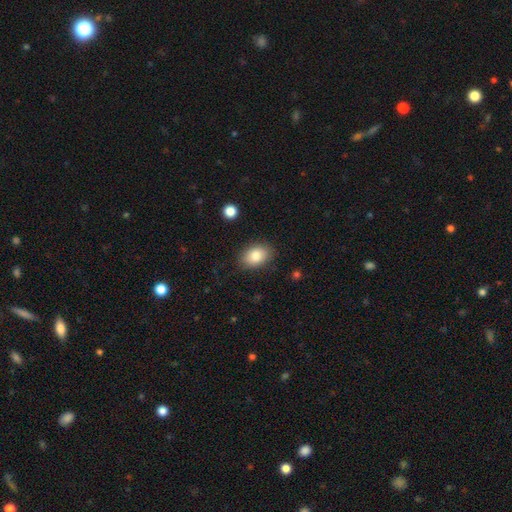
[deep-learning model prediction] Smooth or featured? Predicted: smooth (p=0.83). How rounded? Predicted: in between (p=0.81). Merging? Predicted: none (p=0.85).